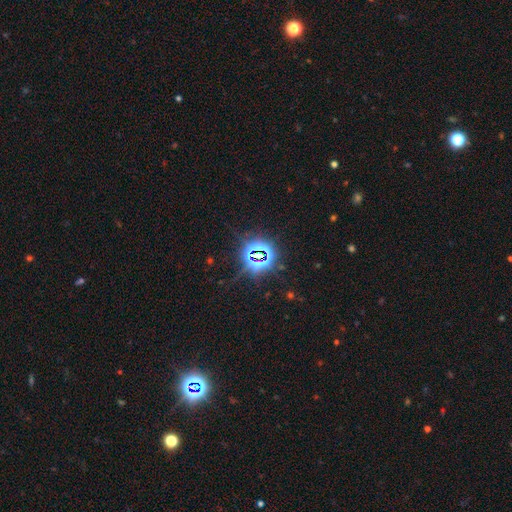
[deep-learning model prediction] Smooth or featured? Predicted: star or artifact (p=0.82).